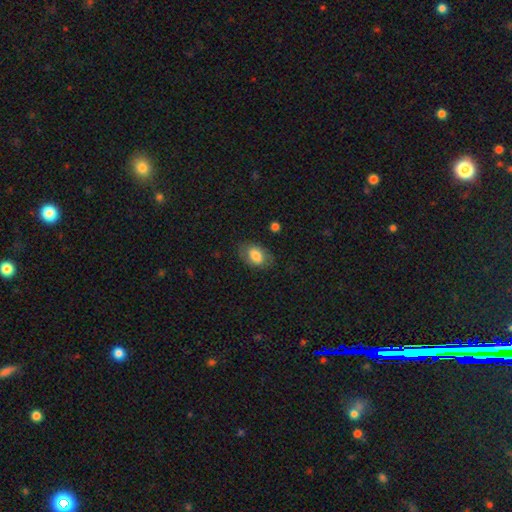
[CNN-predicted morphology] Smooth or featured?
  - smooth: 76% *
  - featured or disk: 17%
  - star or artifact: 7%
How rounded?
  - in between: 88% *
  - round: 11%
  - cigar-shaped: 1%
Merging?
  - none: 75% *
  - minor disturbance: 17%
  - major disturbance: 7%
  - merger: 1%